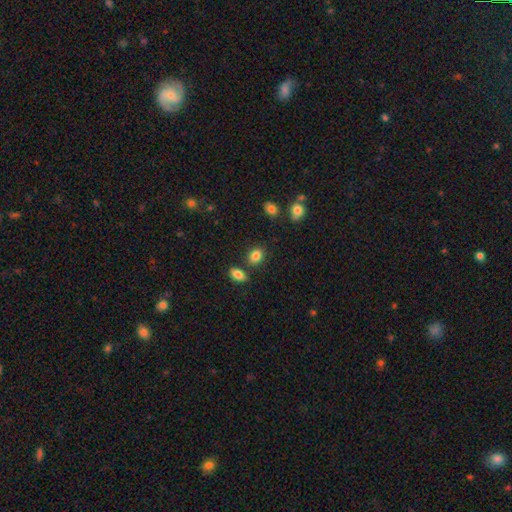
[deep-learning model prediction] Overall: smooth (84%). How rounded: in between (52%; round 46%). Merging: none (78%).